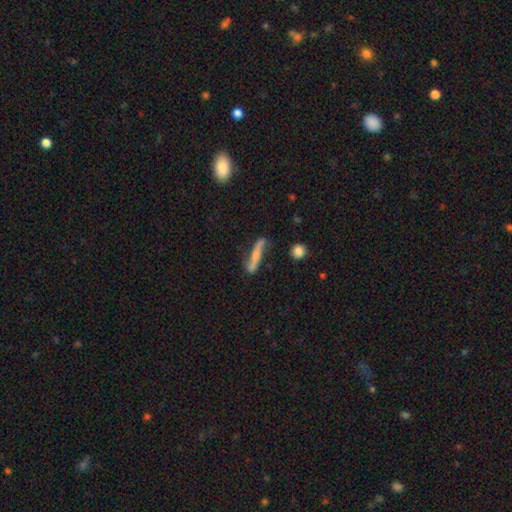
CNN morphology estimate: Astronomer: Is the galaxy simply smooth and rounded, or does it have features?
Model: featured or disk — 51% (runner-up: smooth, 41%).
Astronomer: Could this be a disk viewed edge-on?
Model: yes — 53% (runner-up: no, 47%).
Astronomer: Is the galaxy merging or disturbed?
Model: none — 60%.